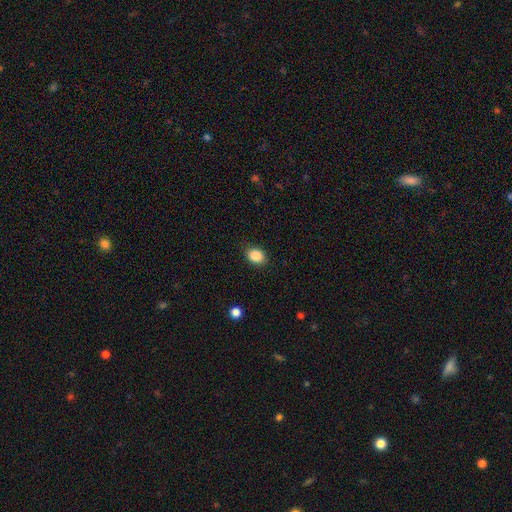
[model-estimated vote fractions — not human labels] Smooth or featured: smooth — 87% (star or artifact — 9%)
How rounded: in between — 59% (round — 40%)
Merging: none — 85% (minor disturbance — 11%)